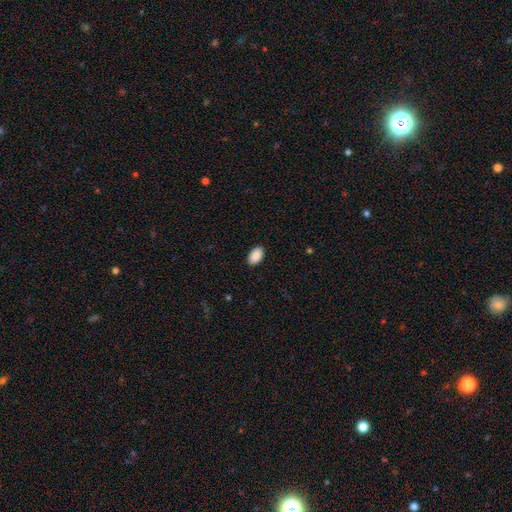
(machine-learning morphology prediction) Q: Smooth or featured?
A: smooth (90%); runner-up: star or artifact (7%)
Q: How rounded?
A: in between (94%); runner-up: round (4%)
Q: Merging?
A: none (90%); runner-up: minor disturbance (8%)